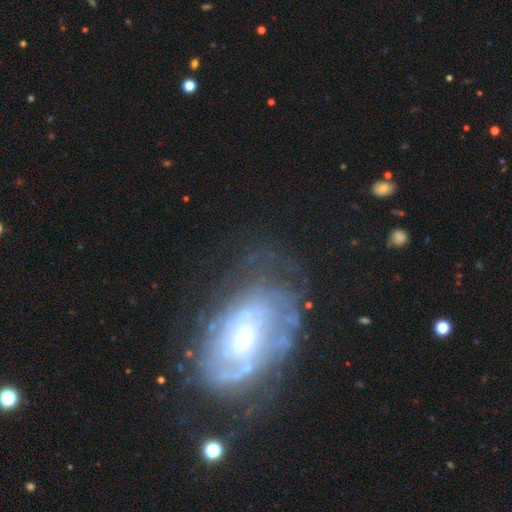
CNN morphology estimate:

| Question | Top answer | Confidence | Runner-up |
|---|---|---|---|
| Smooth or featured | featured or disk | 76% | smooth (15%) |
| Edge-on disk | no | 95% | yes (5%) |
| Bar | no | 60% | weak (32%) |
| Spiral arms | yes | 80% | no (20%) |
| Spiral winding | tight | 60% | medium (28%) |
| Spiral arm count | can't tell | 55% | 2 (21%) |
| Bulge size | small | 53% | moderate (38%) |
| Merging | none | 61% | minor disturbance (21%) |